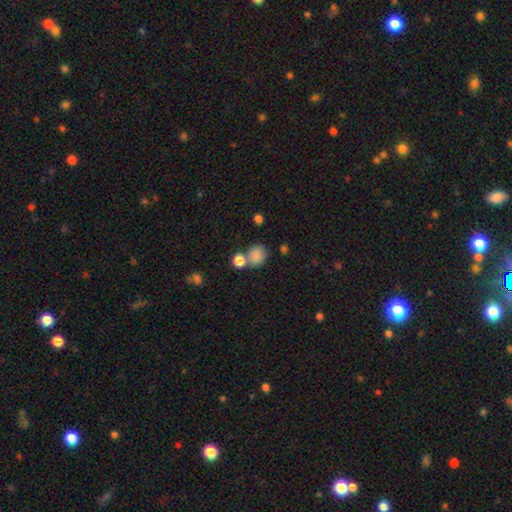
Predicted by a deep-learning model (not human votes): Overall: smooth (84%). How rounded: round (74%). Merging: none (56%; merger 28%).